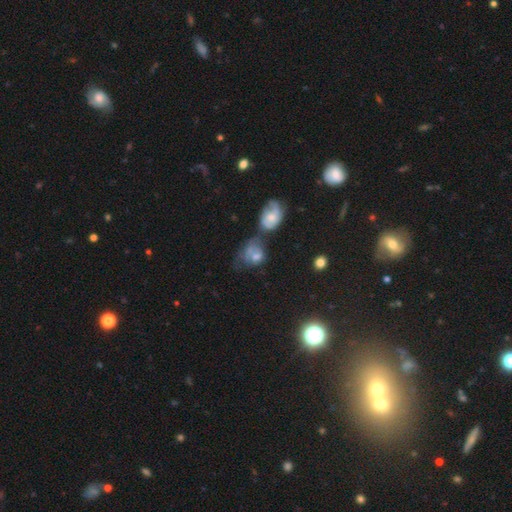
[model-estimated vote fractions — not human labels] Overall: smooth (55%; featured or disk 32%). How rounded: in between (54%; round 45%). Merging: merger (38%; none 23%).